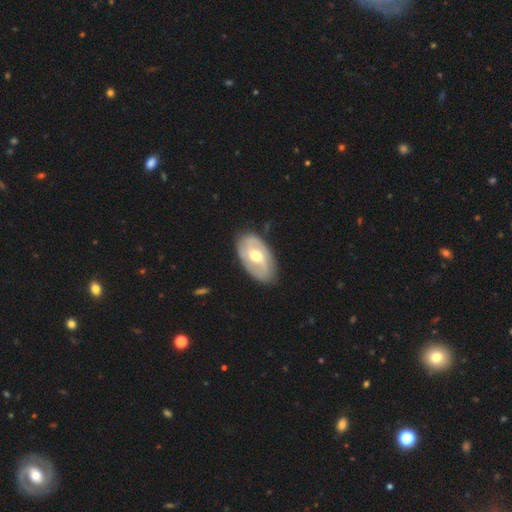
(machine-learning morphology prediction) Q: Smooth or featured?
A: featured or disk (71%); runner-up: smooth (25%)
Q: Edge-on disk?
A: no (94%); runner-up: yes (6%)
Q: Bar?
A: weak (43%); runner-up: no (41%)
Q: Spiral arms?
A: yes (72%); runner-up: no (28%)
Q: Bulge size?
A: moderate (76%); runner-up: small (12%)
Q: Merging?
A: none (82%); runner-up: minor disturbance (13%)